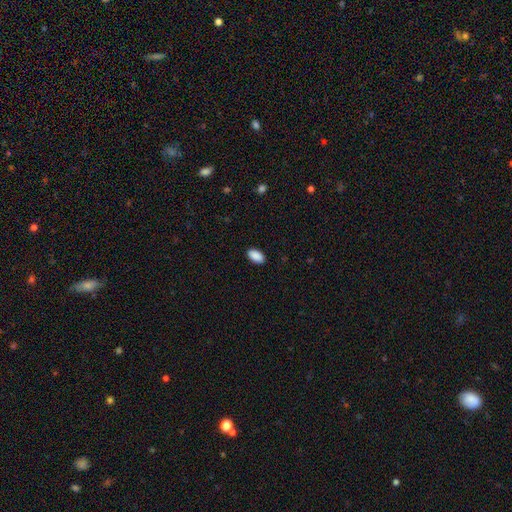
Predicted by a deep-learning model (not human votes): The model was most divided on "merging": none: 89%, minor disturbance: 8%, major disturbance: 2%, merger: 1%. More confident: how rounded — in between (94%); smooth or featured — smooth (90%).